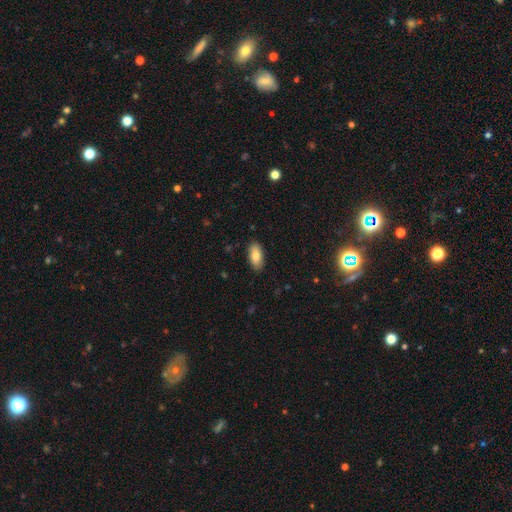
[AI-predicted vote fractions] Smooth or featured? smooth (84%)
How rounded? in between (90%)
Merging? none (88%)